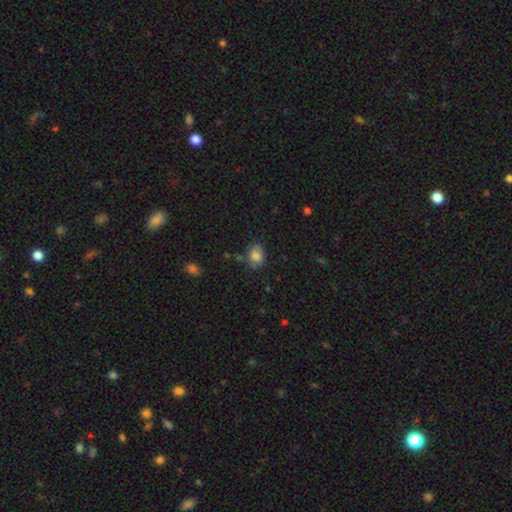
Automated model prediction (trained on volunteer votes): Q: Smooth or featured?
A: smooth (79%); runner-up: featured or disk (10%)
Q: How rounded?
A: in between (63%); runner-up: round (36%)
Q: Merging?
A: none (69%); runner-up: minor disturbance (21%)